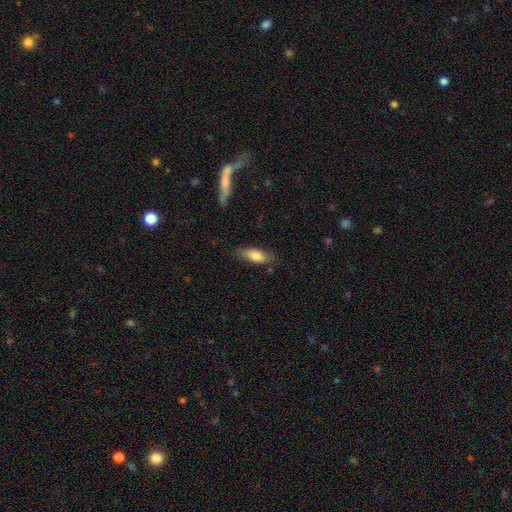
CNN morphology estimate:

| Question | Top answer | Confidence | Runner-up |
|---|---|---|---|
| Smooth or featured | smooth | 77% | featured or disk (16%) |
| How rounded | in between | 68% | cigar-shaped (30%) |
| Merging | none | 75% | minor disturbance (18%) |